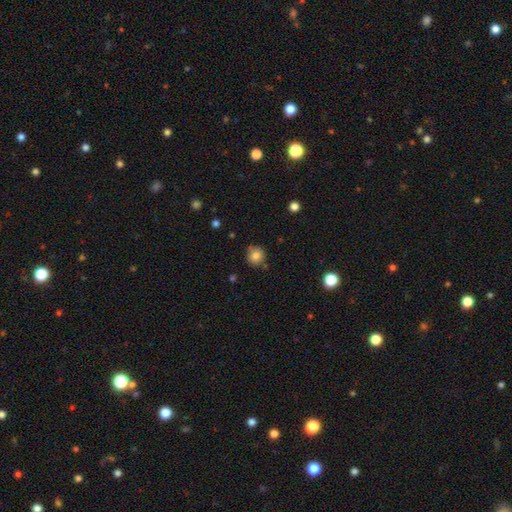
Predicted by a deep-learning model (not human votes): smooth-or-featured: smooth: 82% | star or artifact: 10% | featured or disk: 7%
  how-rounded: round: 88% | in between: 11% | cigar-shaped: 1%
  merging: none: 77% | minor disturbance: 15% | merger: 5% | major disturbance: 3%